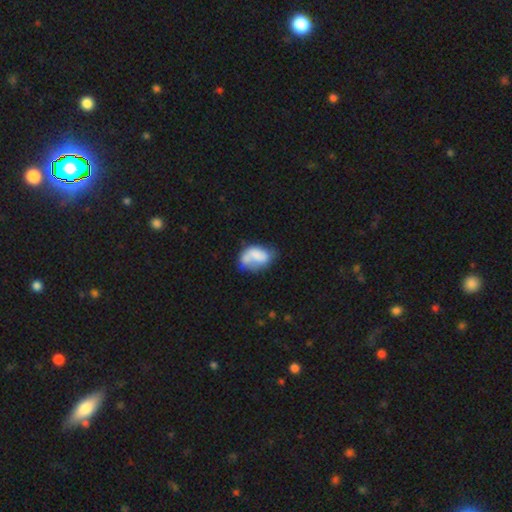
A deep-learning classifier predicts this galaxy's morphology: Smooth or featured?
  - smooth: 65% *
  - featured or disk: 27%
  - star or artifact: 8%
How rounded?
  - in between: 86% *
  - round: 13%
  - cigar-shaped: 2%
Merging?
  - none: 30% *
  - minor disturbance: 26%
  - merger: 23%
  - major disturbance: 20%